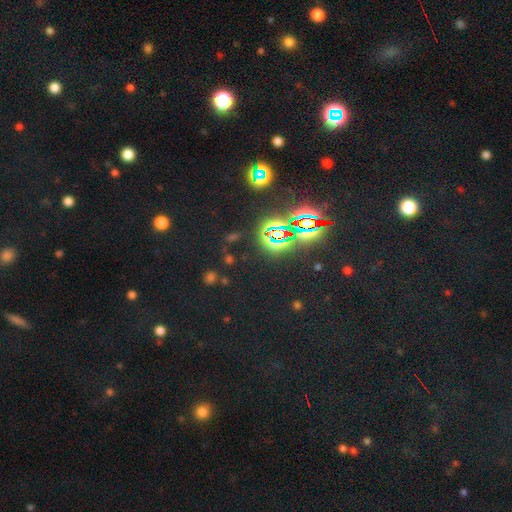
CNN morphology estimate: Smooth or featured: star or artifact — 70% (smooth — 22%)